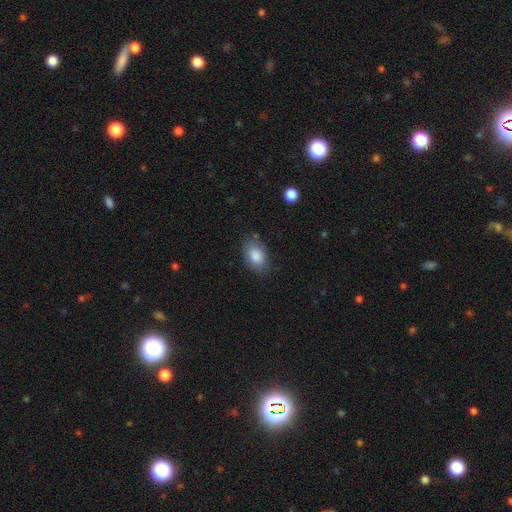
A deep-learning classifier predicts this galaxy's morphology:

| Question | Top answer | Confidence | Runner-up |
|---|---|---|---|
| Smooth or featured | smooth | 84% | featured or disk (9%) |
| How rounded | in between | 89% | round (10%) |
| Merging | none | 74% | minor disturbance (19%) |